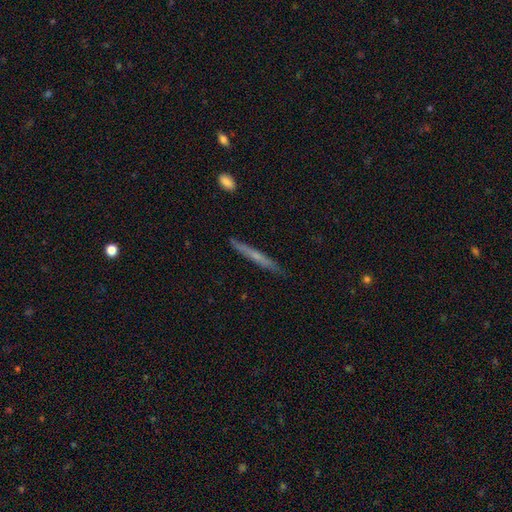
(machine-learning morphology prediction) This appears to be a featured or disk galaxy (52%) viewed edge-on (95%). Merging: none (87%).